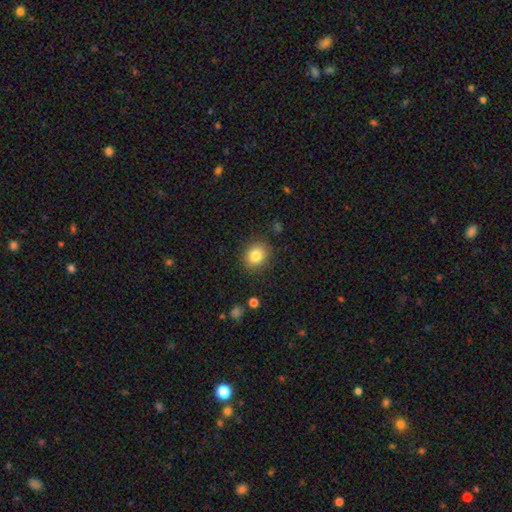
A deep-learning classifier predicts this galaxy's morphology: smooth 83%, star or artifact 10%, featured or disk 7%. Down the decision tree: how rounded — round (72%); merging — none (87%).